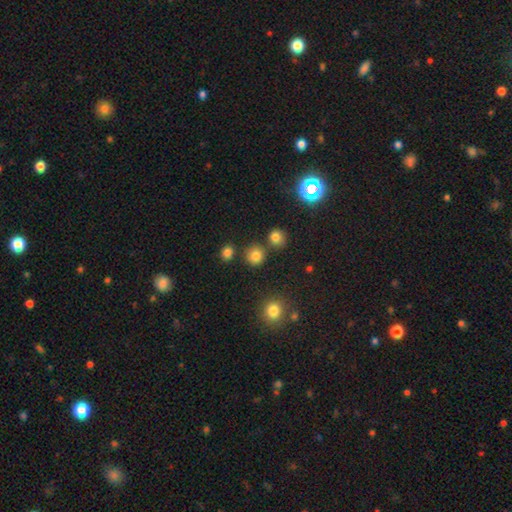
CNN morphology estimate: Overall: smooth (80%). How rounded: round (90%). Merging: none (82%).